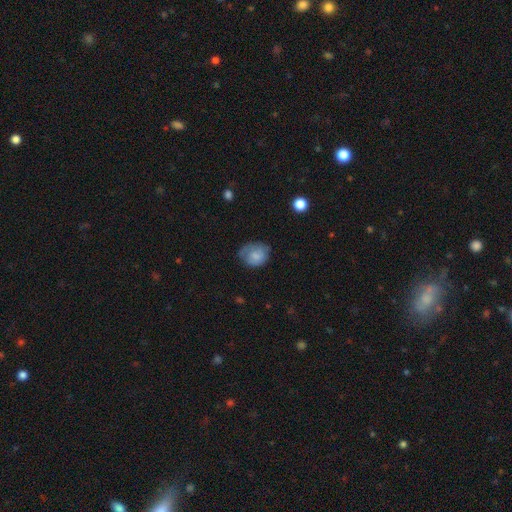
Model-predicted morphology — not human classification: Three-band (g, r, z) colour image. It shows a smooth galaxy with no disk features (72%) that is round (53%). Merging: none (54%).